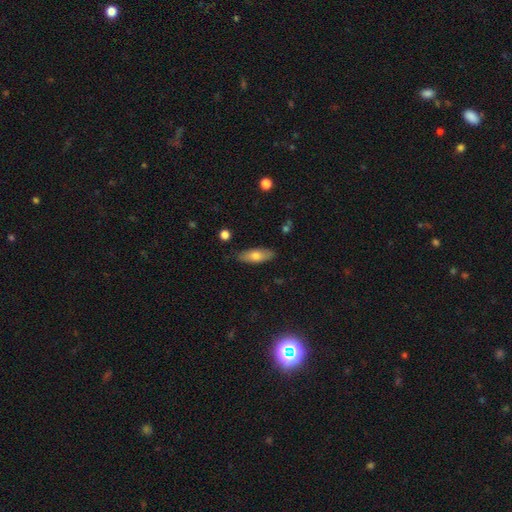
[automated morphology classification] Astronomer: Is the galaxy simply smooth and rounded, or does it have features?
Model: smooth — 70%.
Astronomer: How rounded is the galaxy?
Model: in between — 72%.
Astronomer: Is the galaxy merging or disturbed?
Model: none — 85%.